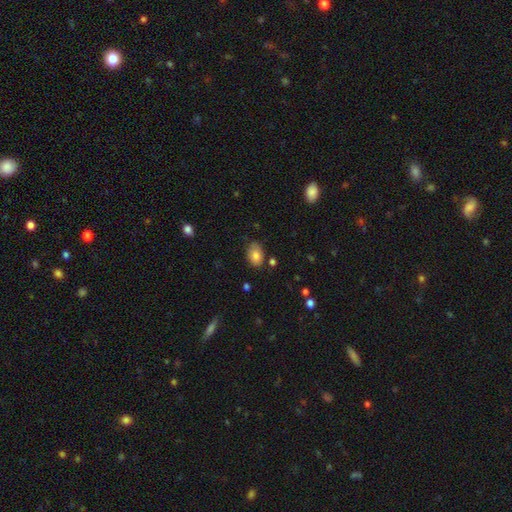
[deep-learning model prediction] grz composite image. It shows a smooth galaxy with no disk features (83%) that is in between round and cigar-shaped (84%). Merging: none (71%).